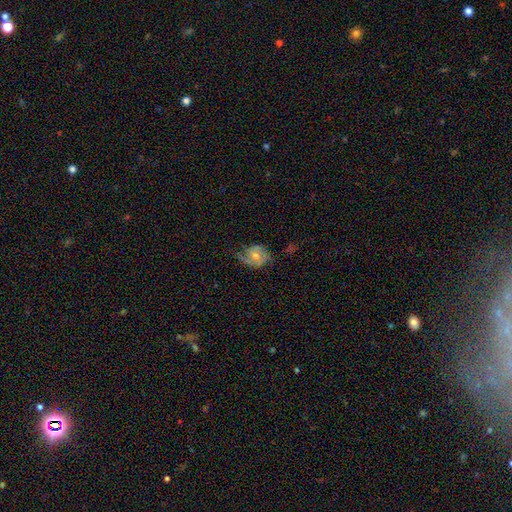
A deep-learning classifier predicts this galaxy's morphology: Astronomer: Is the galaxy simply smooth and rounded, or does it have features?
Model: featured or disk — 52% (runner-up: smooth, 40%).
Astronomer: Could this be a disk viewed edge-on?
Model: no — 97%.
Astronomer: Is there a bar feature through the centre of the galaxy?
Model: no — 58% (runner-up: weak, 35%).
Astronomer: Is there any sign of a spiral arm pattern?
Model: yes — 78%.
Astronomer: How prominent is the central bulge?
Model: moderate — 51% (runner-up: small, 39%).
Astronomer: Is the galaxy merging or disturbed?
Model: none — 48% (runner-up: minor disturbance, 30%).